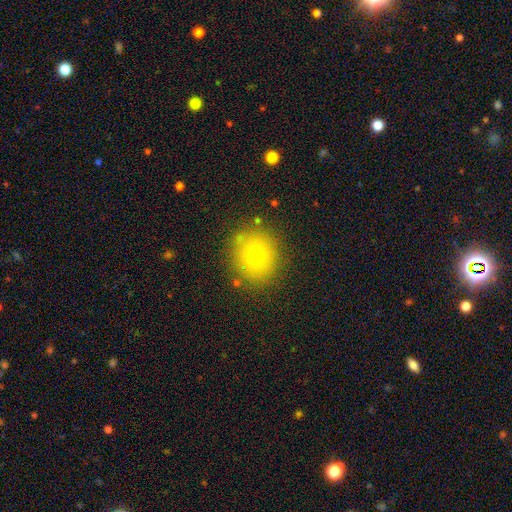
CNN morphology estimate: Smooth or featured?
  - smooth: 69% *
  - star or artifact: 16%
  - featured or disk: 15%
How rounded?
  - round: 85% *
  - in between: 14%
  - cigar-shaped: 1%
Merging?
  - none: 83% *
  - minor disturbance: 10%
  - major disturbance: 4%
  - merger: 2%